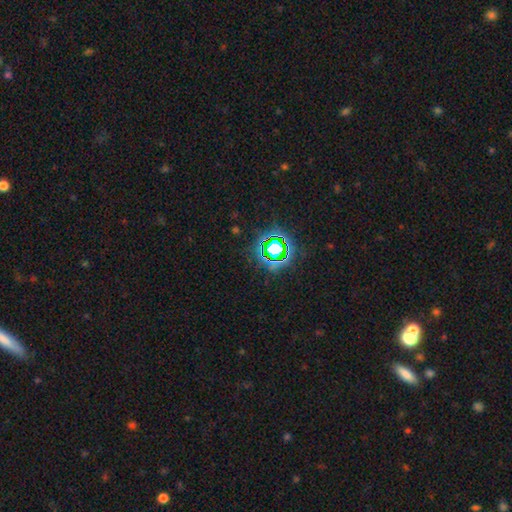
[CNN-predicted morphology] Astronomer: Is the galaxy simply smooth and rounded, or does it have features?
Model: star or artifact — 79%.